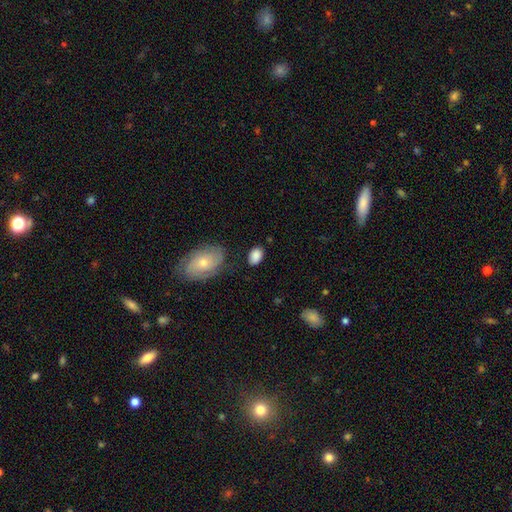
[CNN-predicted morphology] Overall: smooth (85%). How rounded: in between (87%). Merging: none (75%).